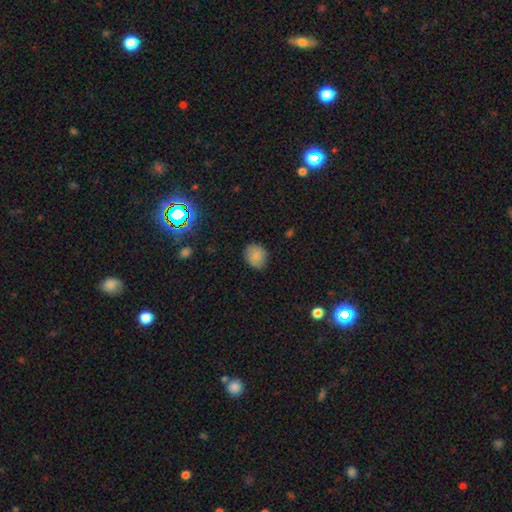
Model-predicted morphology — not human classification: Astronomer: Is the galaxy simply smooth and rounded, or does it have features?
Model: smooth — 83%.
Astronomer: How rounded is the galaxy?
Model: round — 71%.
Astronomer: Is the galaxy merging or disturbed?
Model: none — 83%.